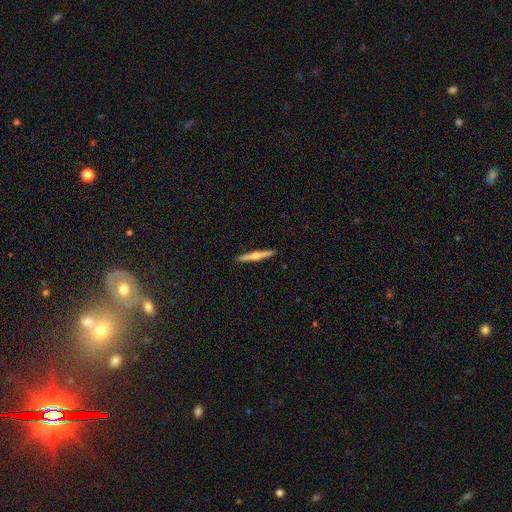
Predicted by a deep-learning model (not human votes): The model was most divided on "smooth or featured": featured or disk: 69%, smooth: 26%, star or artifact: 6%. More confident: edge-on disk — yes (98%); merging — none (92%); edge-on bulge — rounded (89%).